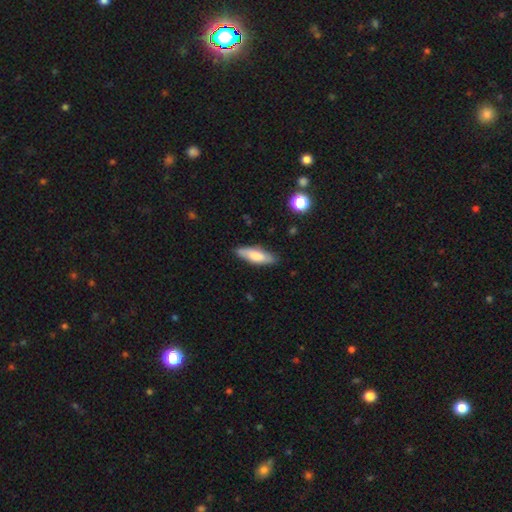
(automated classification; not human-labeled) The model was most divided on "how rounded": cigar-shaped: 50%, in between: 49%, round: 2%. More confident: merging — none (84%); smooth or featured — smooth (73%).